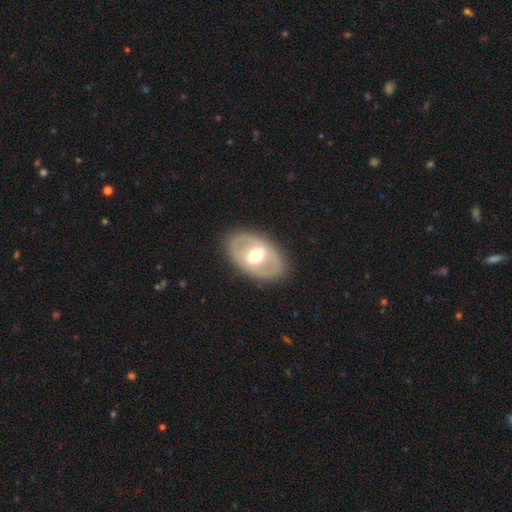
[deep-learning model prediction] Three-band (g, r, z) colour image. It shows a featured or disk galaxy (59%) with a weak bar (36%, tied with no), no spiral arms (78%) and a moderate central bulge (69%). Merging: none (85%).